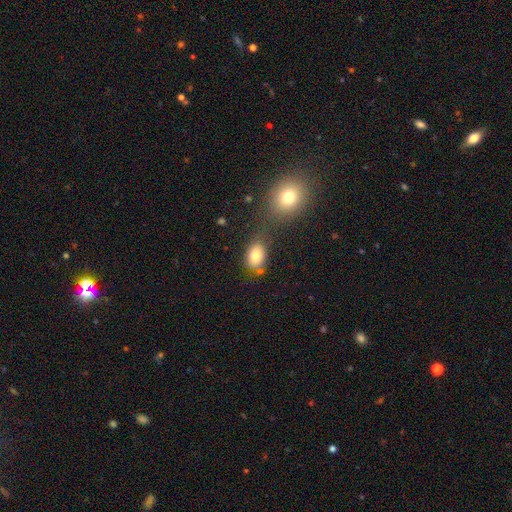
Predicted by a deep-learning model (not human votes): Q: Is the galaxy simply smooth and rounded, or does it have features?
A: smooth — 80%.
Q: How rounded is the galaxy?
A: in between — 79%.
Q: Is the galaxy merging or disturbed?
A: none — 63%.